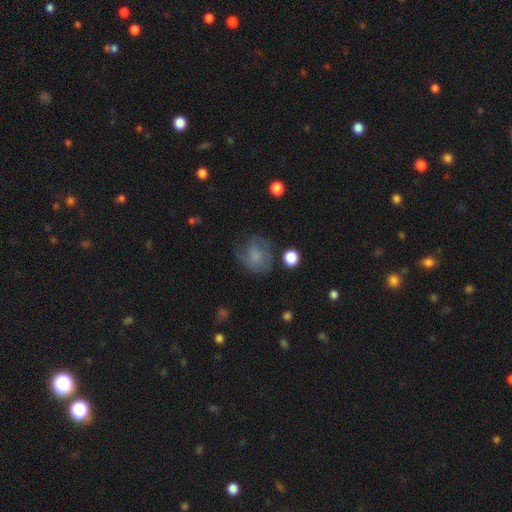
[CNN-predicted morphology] Smooth or featured: smooth — 52% (featured or disk — 37%)
How rounded: round — 57% (in between — 42%)
Merging: none — 52% (minor disturbance — 25%)